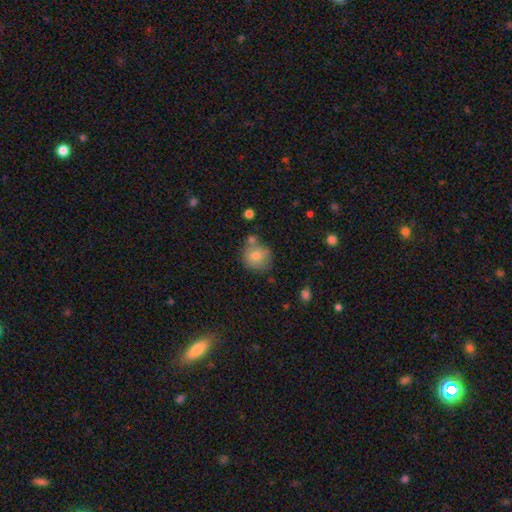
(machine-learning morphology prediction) smooth 75%, featured or disk 14%, star or artifact 10%. Down the decision tree: how rounded — round (87%); merging — none (64%).